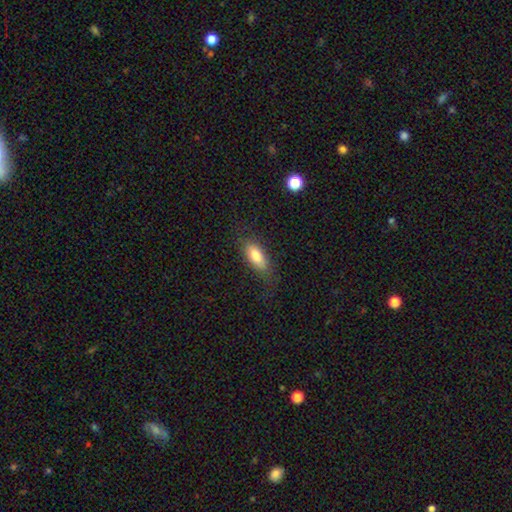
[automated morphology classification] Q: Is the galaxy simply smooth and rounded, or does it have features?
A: smooth — 78%.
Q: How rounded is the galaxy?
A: in between — 81%.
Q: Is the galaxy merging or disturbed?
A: none — 75%.